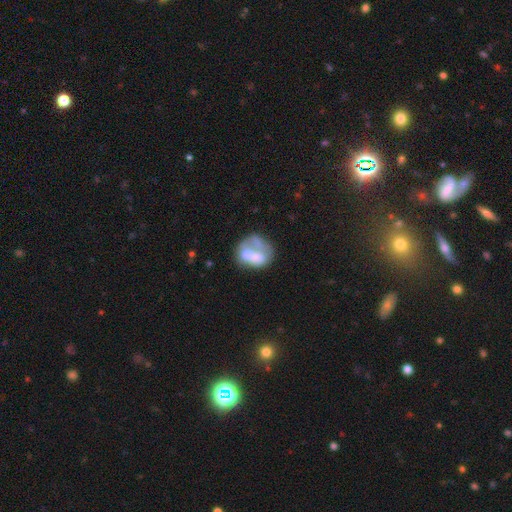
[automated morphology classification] A smooth galaxy with no disk features (51%) that is in between round and cigar-shaped (51%).

Vote fractions:
- Smooth or featured? smooth: 51% / featured or disk: 40% / star or artifact: 9%
- How rounded? in between: 51% / round: 48% / cigar-shaped: 2%
- Merging? none: 29% / merger: 27% / major disturbance: 26% / minor disturbance: 19%